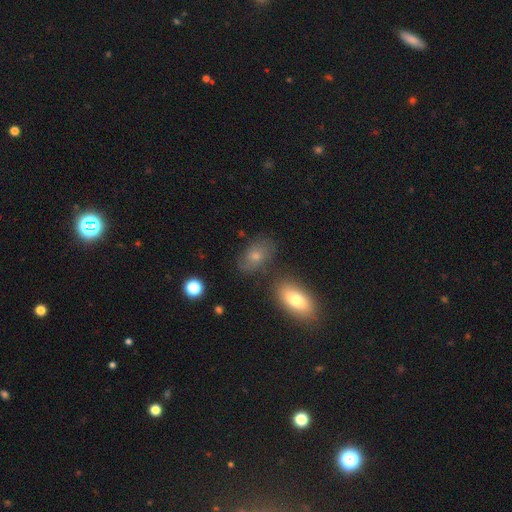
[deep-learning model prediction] Smooth or featured? smooth (67%)
How rounded? in between (84%)
Merging? none (66%)